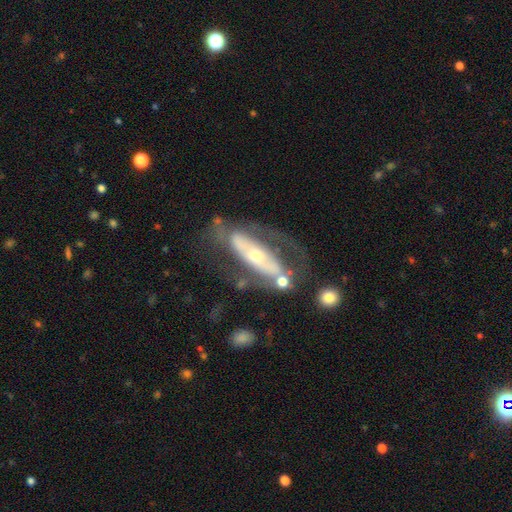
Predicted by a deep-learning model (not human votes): smooth-or-featured: featured or disk: 75% | smooth: 19% | star or artifact: 6%
  disk-edge-on: no: 82% | yes: 18%
    bar: no: 49% | strong: 34% | weak: 17%
    has-spiral-arms: yes: 55% | no: 45%
    bulge-size: small: 52% | moderate: 41% | large: 4% | dominant: 1% | none: 1%
  merging: none: 55% | major disturbance: 21% | minor disturbance: 18% | merger: 6%